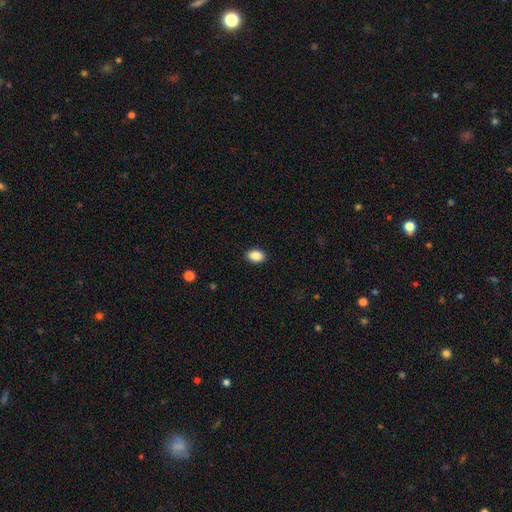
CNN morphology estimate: This appears to be a smooth galaxy with no disk features (89%) that is in between round and cigar-shaped (80%). Merging: none (90%).